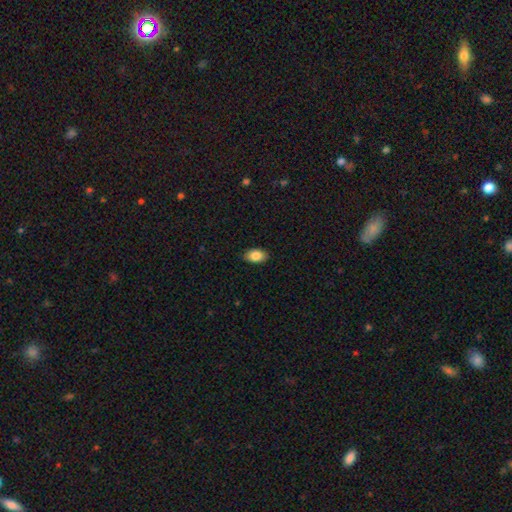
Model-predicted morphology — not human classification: This appears to be a smooth galaxy with no disk features (86%) that is in between round and cigar-shaped (91%). Merging: none (88%).